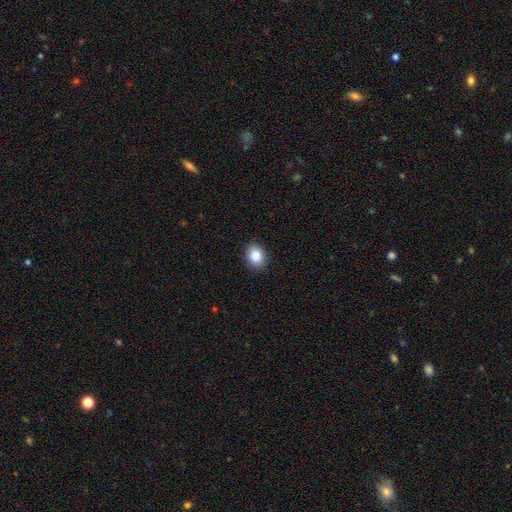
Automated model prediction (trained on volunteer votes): Overall: smooth (85%). How rounded: in between (58%; round 41%). Merging: none (90%).